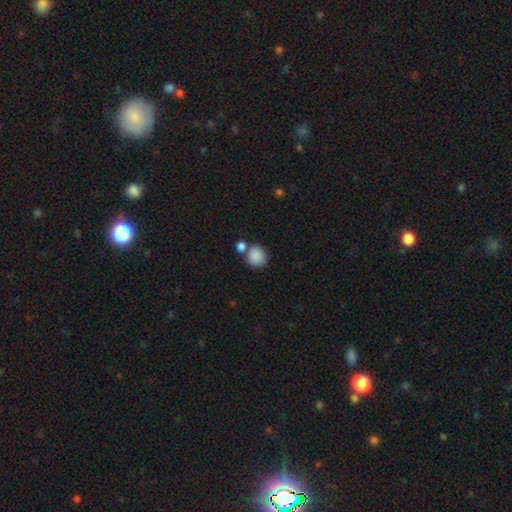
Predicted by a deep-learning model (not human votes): smooth 87%, star or artifact 8%, featured or disk 5%. Down the decision tree: how rounded — round (81%); merging — none (62%).